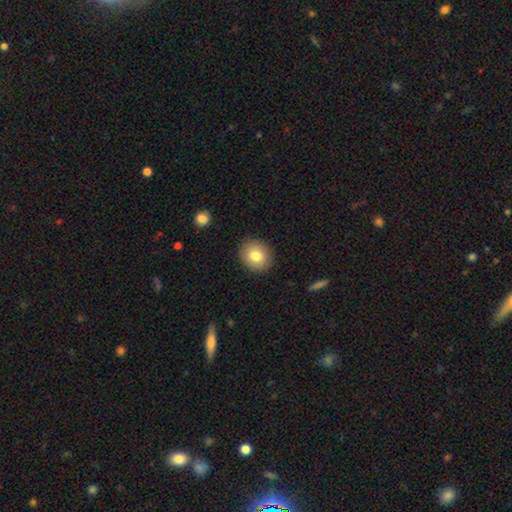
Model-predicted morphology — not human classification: A smooth galaxy with no disk features (80%) that is round (76%).

Vote fractions:
- Smooth or featured? smooth: 80% / featured or disk: 11% / star or artifact: 9%
- How rounded? round: 76% / in between: 23% / cigar-shaped: 1%
- Merging? none: 90% / minor disturbance: 7% / major disturbance: 2% / merger: 1%